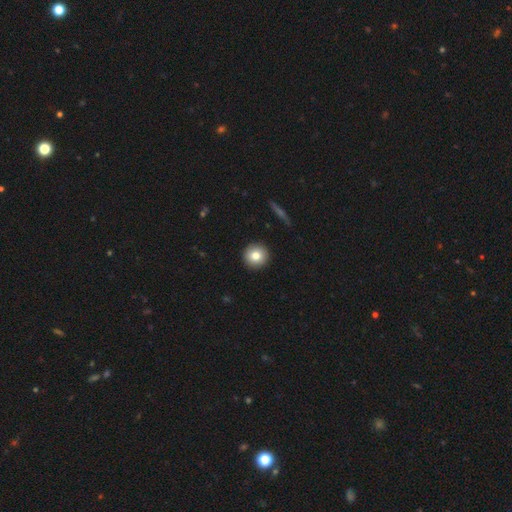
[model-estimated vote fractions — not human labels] Smooth or featured? Predicted: smooth (p=0.81). How rounded? Predicted: round (p=0.95). Merging? Predicted: none (p=0.93).